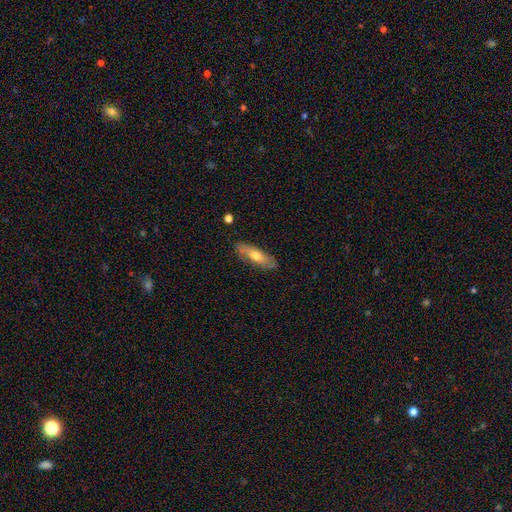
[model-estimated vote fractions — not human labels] Smooth or featured?
  - smooth: 57% *
  - featured or disk: 37%
  - star or artifact: 6%
How rounded?
  - cigar-shaped: 49% *
  - in between: 48%
  - round: 2%
Merging?
  - none: 82% *
  - minor disturbance: 14%
  - major disturbance: 3%
  - merger: 1%